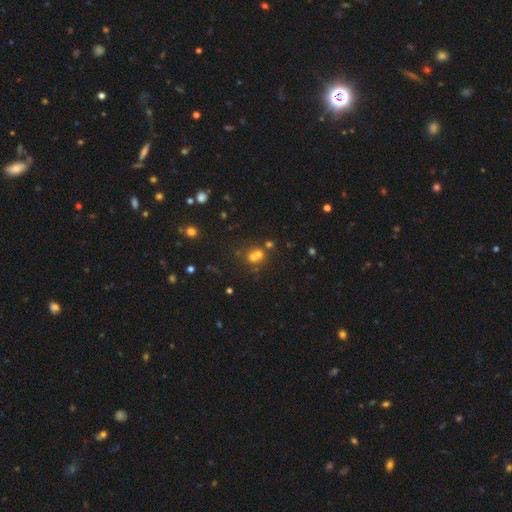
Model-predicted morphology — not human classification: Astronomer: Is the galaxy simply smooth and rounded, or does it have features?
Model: smooth — 59%.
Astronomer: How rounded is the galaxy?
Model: round — 81%.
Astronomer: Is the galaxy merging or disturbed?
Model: merger — 54% (runner-up: none, 36%).